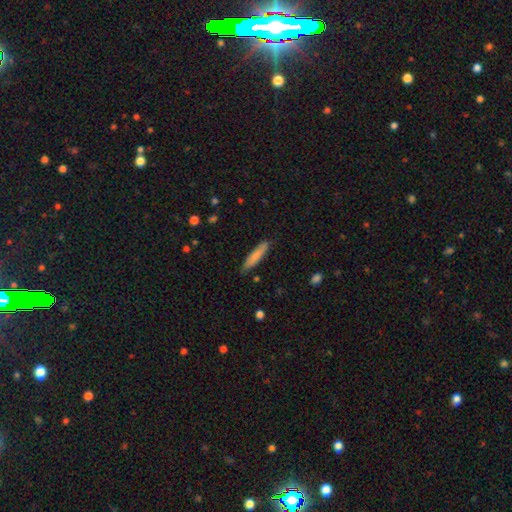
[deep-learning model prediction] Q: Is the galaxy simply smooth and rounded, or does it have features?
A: smooth — 81%.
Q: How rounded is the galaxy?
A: cigar-shaped — 86%.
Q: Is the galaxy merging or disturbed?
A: none — 86%.